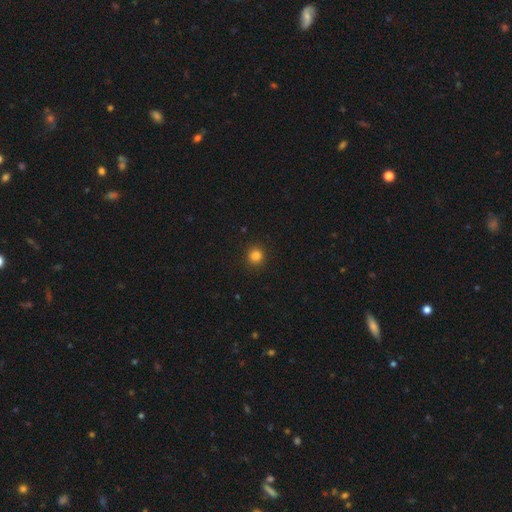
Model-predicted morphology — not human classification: type=smooth (83%); roundness=round (92%); merging=none (92%).